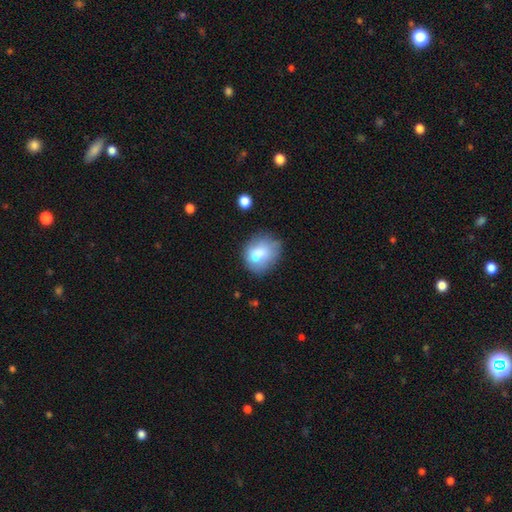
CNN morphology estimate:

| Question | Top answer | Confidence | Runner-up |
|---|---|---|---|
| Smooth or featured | smooth | 78% | featured or disk (14%) |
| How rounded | round | 56% | in between (43%) |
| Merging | none | 58% | minor disturbance (27%) |